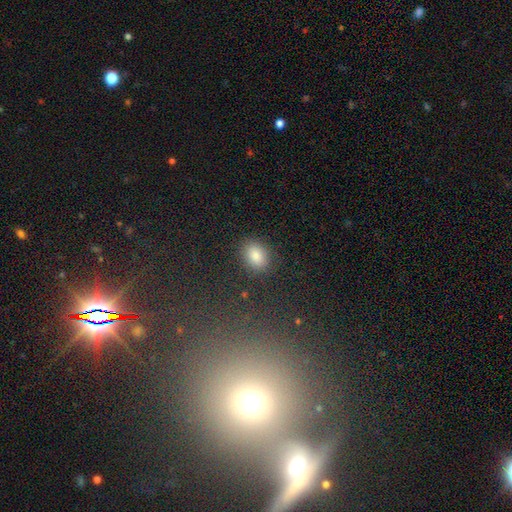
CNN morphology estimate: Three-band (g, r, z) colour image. It shows a smooth galaxy with no disk features (85%) that is in between round and cigar-shaped (68%). Merging: none (84%).